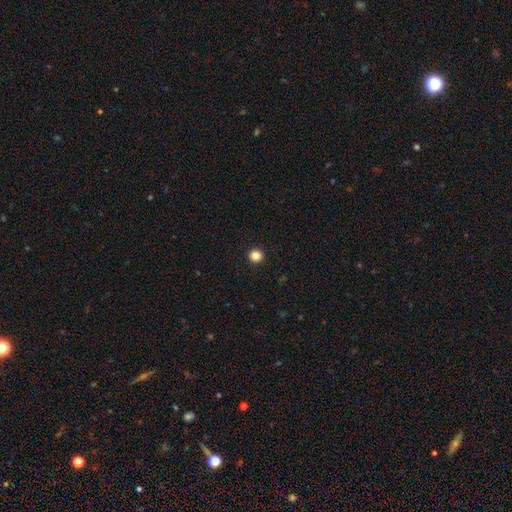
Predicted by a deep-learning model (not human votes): Q: Smooth or featured?
A: smooth (85%); runner-up: star or artifact (11%)
Q: How rounded?
A: round (95%); runner-up: in between (4%)
Q: Merging?
A: none (94%); runner-up: minor disturbance (4%)